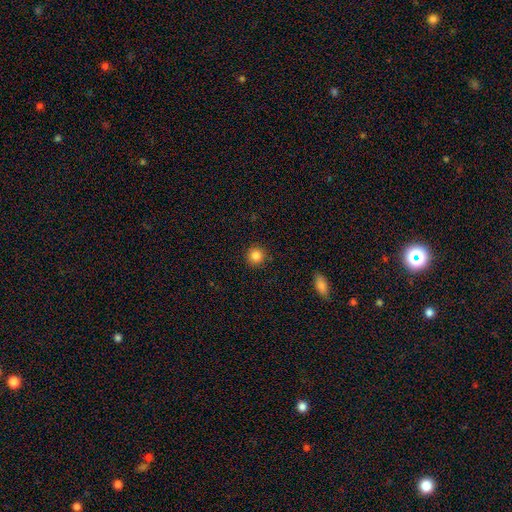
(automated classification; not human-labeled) A smooth galaxy with no disk features (85%) that is round (94%).

Vote fractions:
- Smooth or featured? smooth: 85% / star or artifact: 11% / featured or disk: 4%
- How rounded? round: 94% / in between: 5% / cigar-shaped: 1%
- Merging? none: 91% / minor disturbance: 6% / major disturbance: 2% / merger: 1%